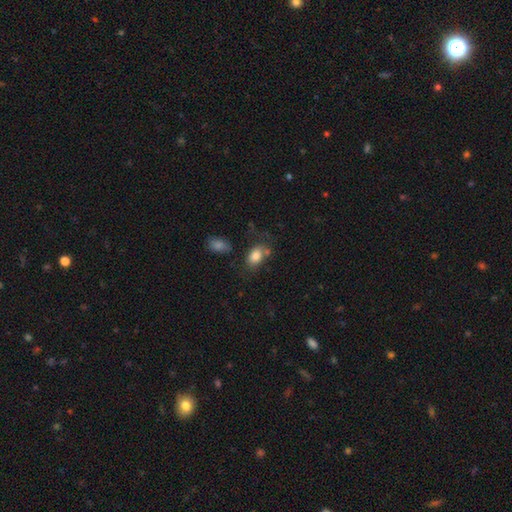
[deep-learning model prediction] Smooth or featured? Predicted: smooth (p=0.83). How rounded? Predicted: in between (p=0.78). Merging? Predicted: none (p=0.59).